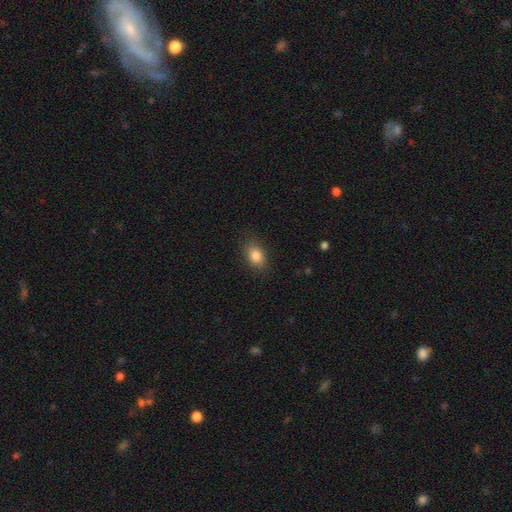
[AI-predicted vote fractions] Morphology: type=smooth (84%); roundness=in between (80%); merging=none (84%).